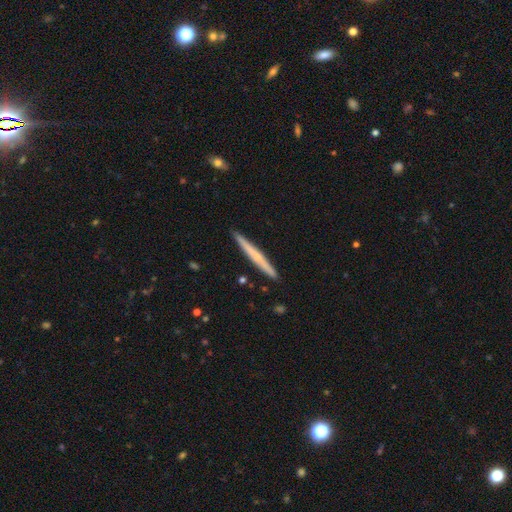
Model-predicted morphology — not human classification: Smooth or featured? smooth (48%)
Merging? none (91%)